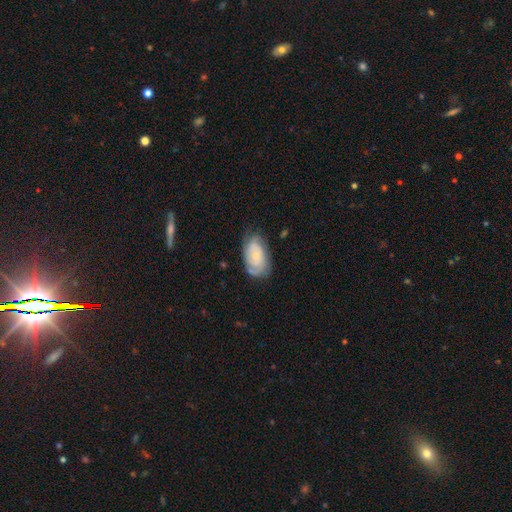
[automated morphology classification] This is likely a featured or disk galaxy (61%). It is clearly not viewed edge-on (95%). Bar: likely no (76%). Spiral arm pattern: clearly yes (85%). Central bulge: likely small (70%). Merging: likely none (68%).